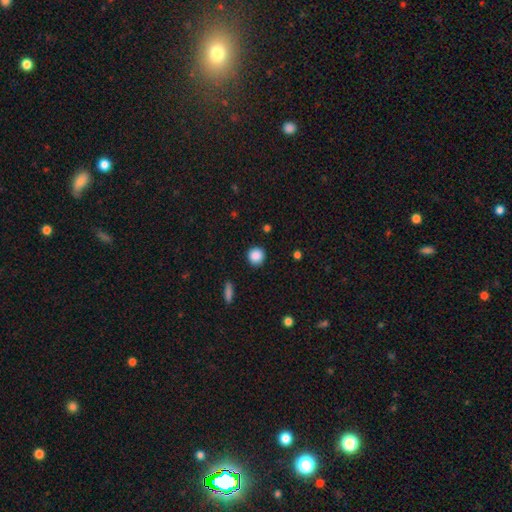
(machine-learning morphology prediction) smooth 88%, star or artifact 9%, featured or disk 3%. Down the decision tree: how rounded — round (93%); merging — none (91%).